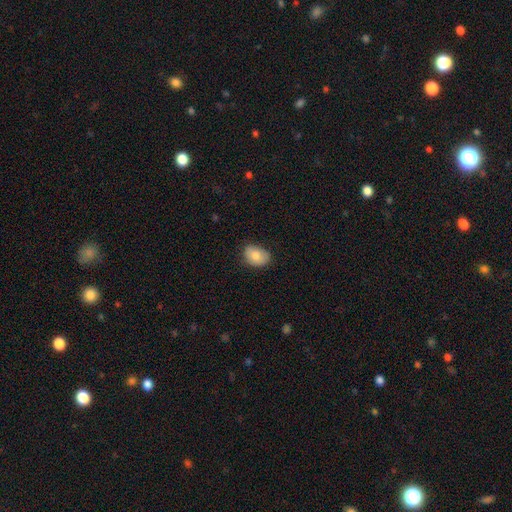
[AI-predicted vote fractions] Morphology: type=smooth (80%); roundness=in between (76%); merging=none (72%).